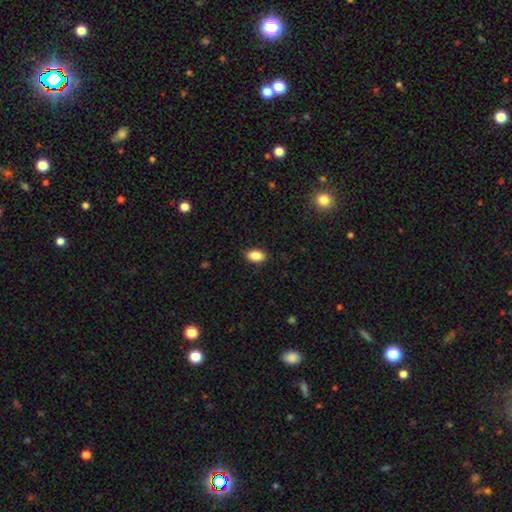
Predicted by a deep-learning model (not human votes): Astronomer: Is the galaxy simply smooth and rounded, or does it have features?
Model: smooth — 87%.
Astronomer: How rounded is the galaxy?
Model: in between — 90%.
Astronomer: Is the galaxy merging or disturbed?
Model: none — 87%.